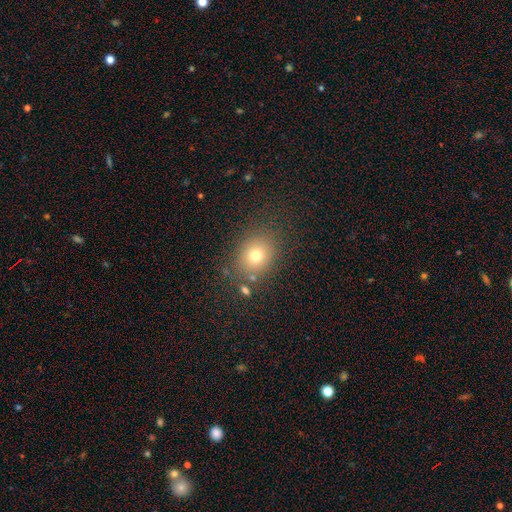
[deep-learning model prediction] smooth_or_featured: smooth (p=0.73) [alt: star or artifact p=0.15]
how_rounded: round (p=0.62) [alt: in between p=0.38]
merging: none (p=0.78) [alt: minor disturbance p=0.12]